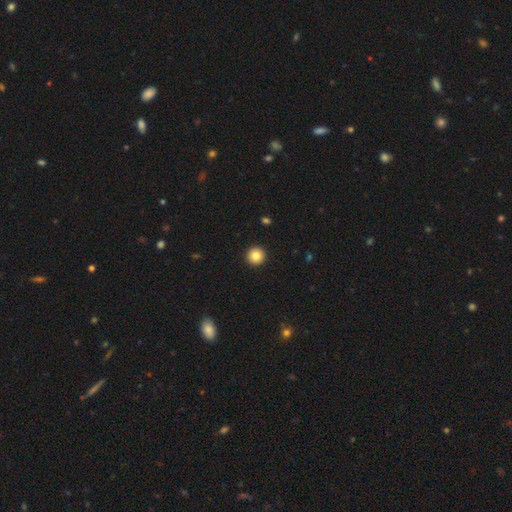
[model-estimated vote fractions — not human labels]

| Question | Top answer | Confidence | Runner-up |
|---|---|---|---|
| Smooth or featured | smooth | 84% | star or artifact (10%) |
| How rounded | round | 96% | in between (3%) |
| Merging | none | 94% | minor disturbance (4%) |